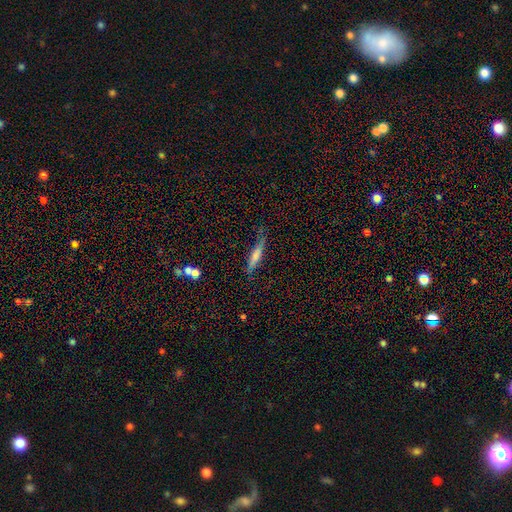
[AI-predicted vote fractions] This appears to be a smooth galaxy with no disk features (63%) that is cigar-shaped (86%). Merging: none (71%).